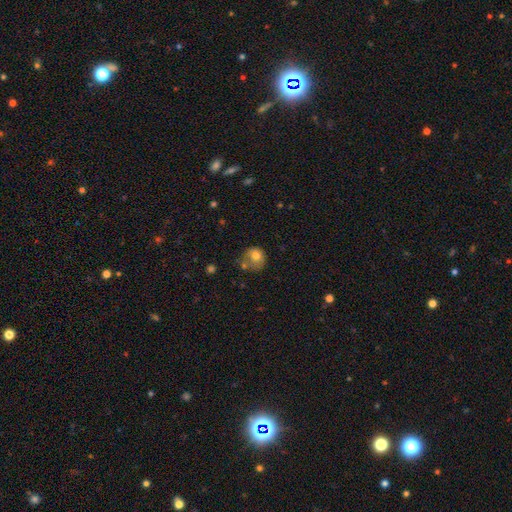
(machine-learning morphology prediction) Overall: smooth (74%). How rounded: round (79%). Merging: none (42%; minor disturbance 27%).